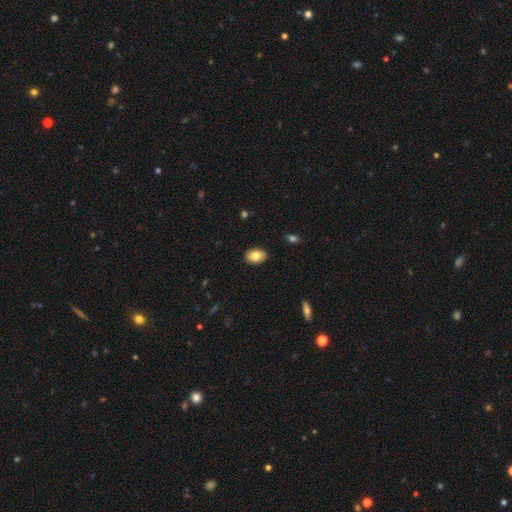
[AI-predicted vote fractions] Morphology: type=smooth (81%); roundness=in between (83%); merging=none (89%).